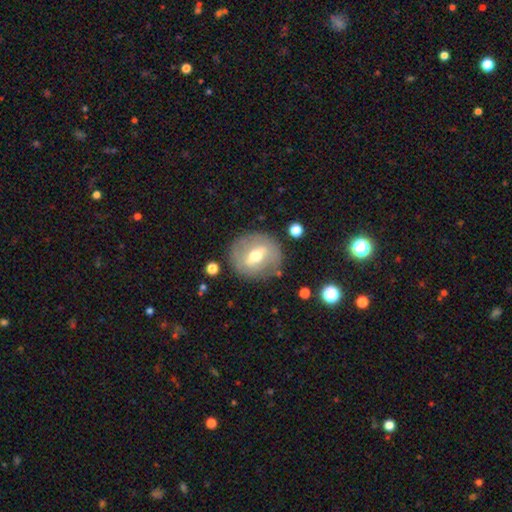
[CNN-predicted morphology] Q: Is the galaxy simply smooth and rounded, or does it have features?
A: featured or disk — 57%.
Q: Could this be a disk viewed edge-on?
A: no — 86%.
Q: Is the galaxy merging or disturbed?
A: none — 80%.